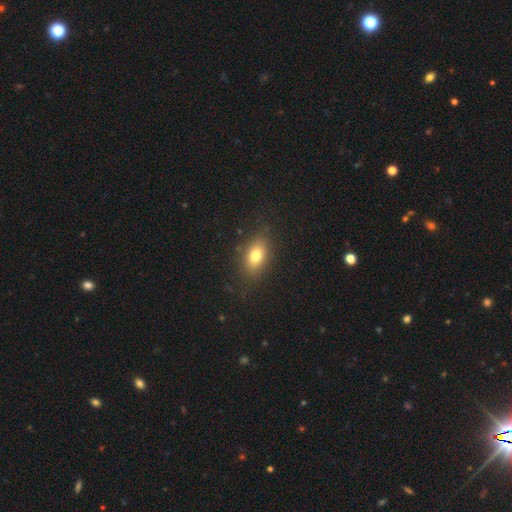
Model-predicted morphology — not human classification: Overall: smooth (77%). How rounded: in between (84%). Merging: none (83%).